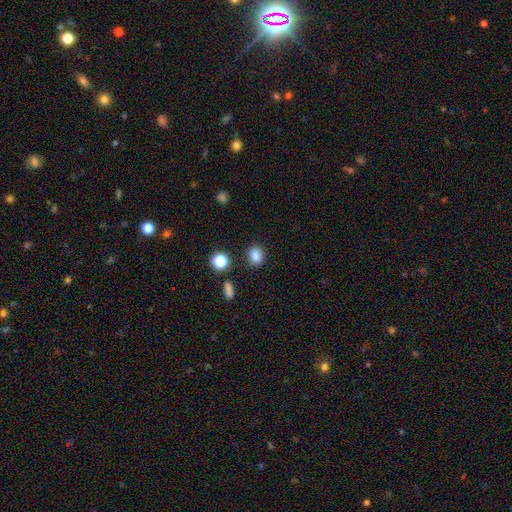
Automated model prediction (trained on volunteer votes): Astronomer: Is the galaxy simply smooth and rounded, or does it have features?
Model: smooth — 83%.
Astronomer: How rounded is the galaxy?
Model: round — 53% (runner-up: in between, 46%).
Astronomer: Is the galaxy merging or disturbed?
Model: none — 83%.